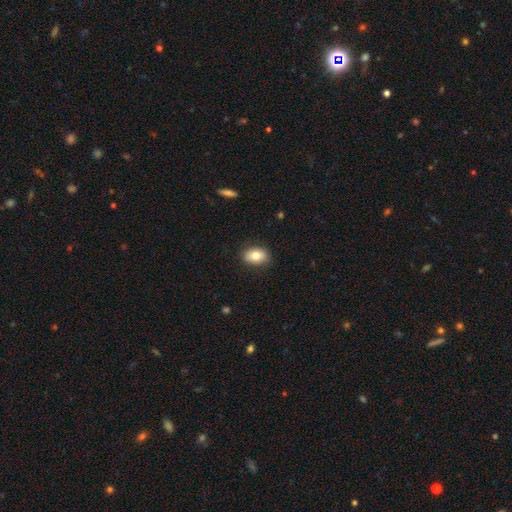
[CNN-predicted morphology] smooth-or-featured: smooth: 80% | featured or disk: 13% | star or artifact: 8%
  how-rounded: in between: 81% | round: 18% | cigar-shaped: 1%
  merging: none: 86% | minor disturbance: 11% | major disturbance: 2% | merger: 1%